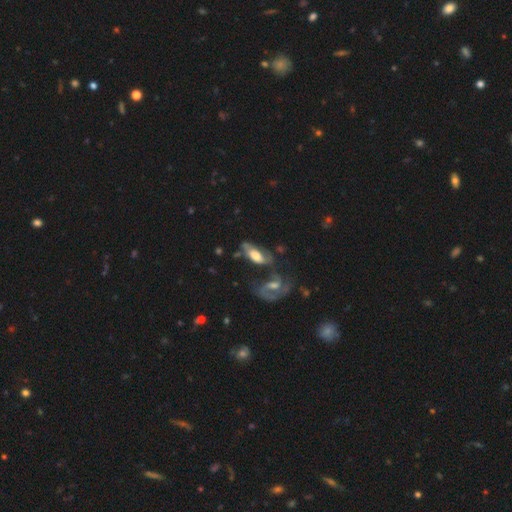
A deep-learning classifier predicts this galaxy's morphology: Smooth or featured? featured or disk (53%)
Edge-on disk? no (82%)
Merging? none (35%)